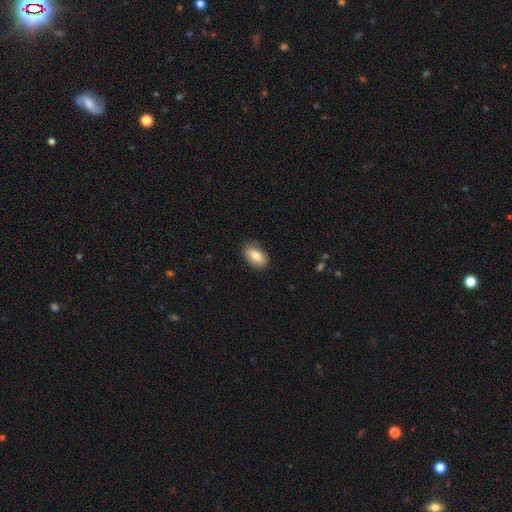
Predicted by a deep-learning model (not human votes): The model was most divided on "smooth or featured": smooth: 81%, featured or disk: 12%, star or artifact: 7%. More confident: how rounded — in between (91%); merging — none (85%).